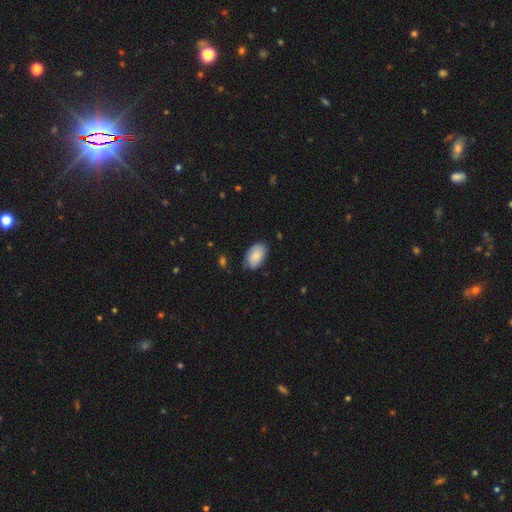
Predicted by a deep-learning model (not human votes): Smooth or featured? smooth (81%)
How rounded? in between (92%)
Merging? none (74%)